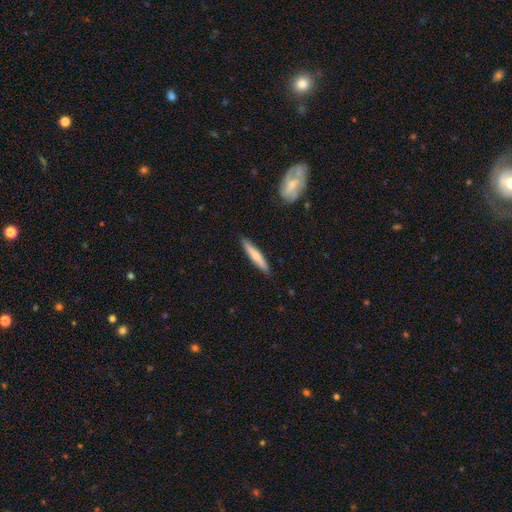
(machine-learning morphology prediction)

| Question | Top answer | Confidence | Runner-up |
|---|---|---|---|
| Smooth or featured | smooth | 68% | featured or disk (27%) |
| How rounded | cigar-shaped | 91% | in between (8%) |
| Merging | none | 89% | minor disturbance (8%) |